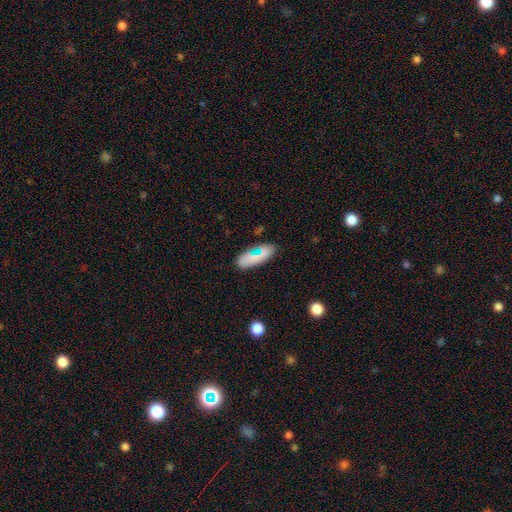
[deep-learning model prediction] Smooth or featured: smooth — 63% (featured or disk — 27%)
How rounded: in between — 74% (cigar-shaped — 22%)
Merging: none — 60% (minor disturbance — 21%)